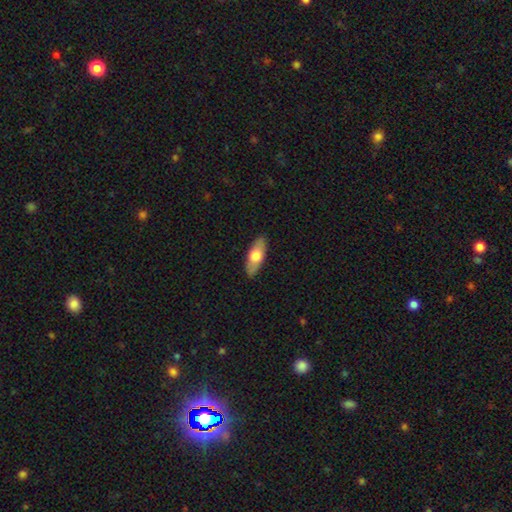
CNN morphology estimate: type=smooth (63%); roundness=in between (74%); merging=none (88%).